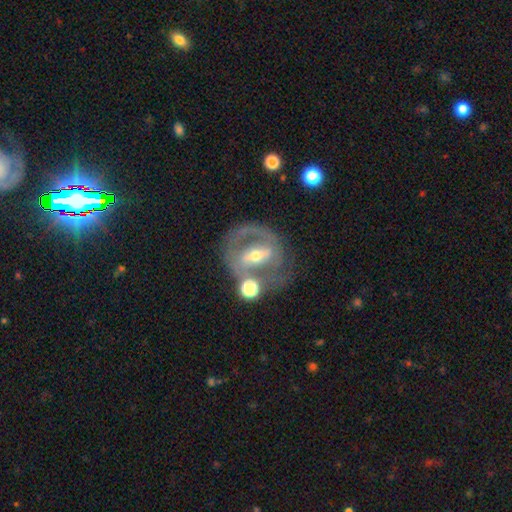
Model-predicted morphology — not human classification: A featured or disk galaxy (81%) with a strong bar (50%), 2 (67%) medium (44%) spiral arms (72%) and a moderate central bulge (53%). Merging: none (56%).